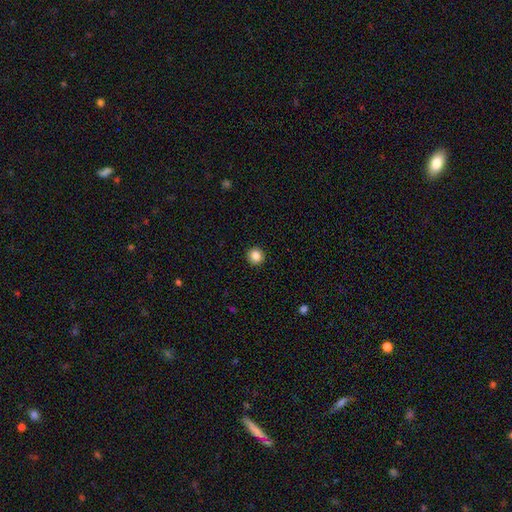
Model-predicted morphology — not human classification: This appears to be a smooth galaxy with no disk features (86%) that is round (95%). Merging: none (93%).